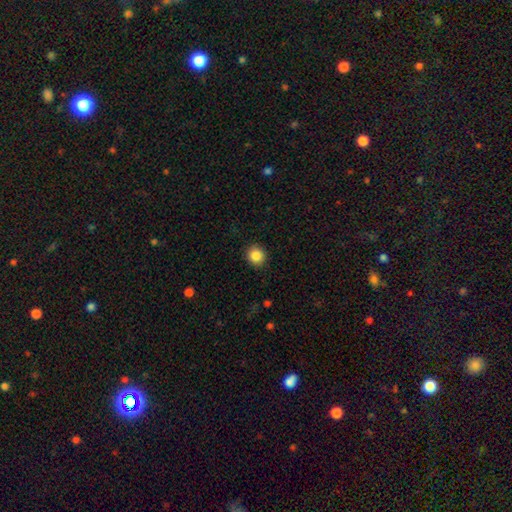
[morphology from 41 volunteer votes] Smooth or featured: smooth — 85% (star or artifact — 10%)
How rounded: round — 100%
Merging: none — 95% (minor disturbance — 5%)